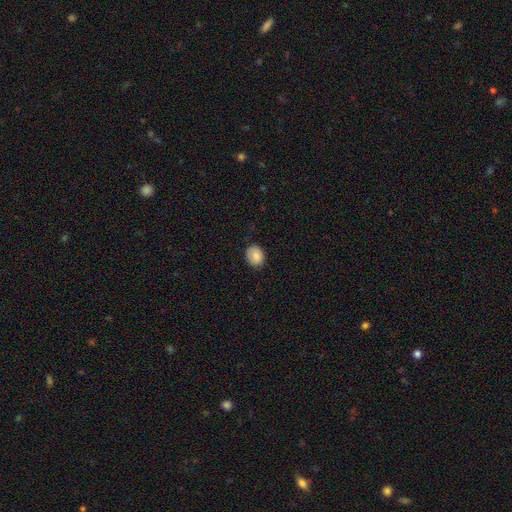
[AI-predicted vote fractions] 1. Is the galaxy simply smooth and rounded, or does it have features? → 86% smooth, 8% star or artifact, 6% featured or disk.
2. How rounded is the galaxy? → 62% round, 37% in between, 1% cigar-shaped.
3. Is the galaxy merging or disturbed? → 82% none, 14% minor disturbance, 3% major disturbance, 1% merger.